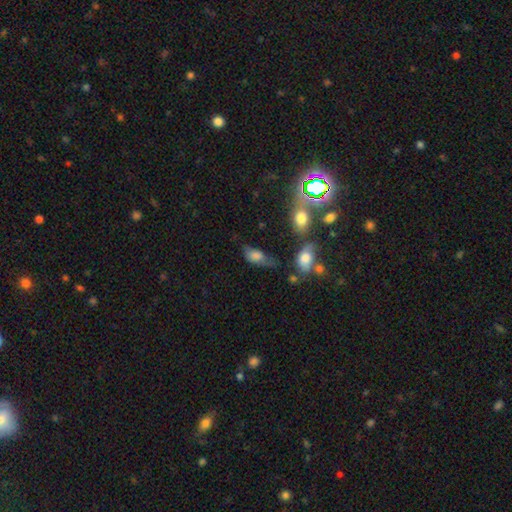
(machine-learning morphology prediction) Overall: smooth (71%). How rounded: in between (85%). Merging: none (39%; minor disturbance 33%).